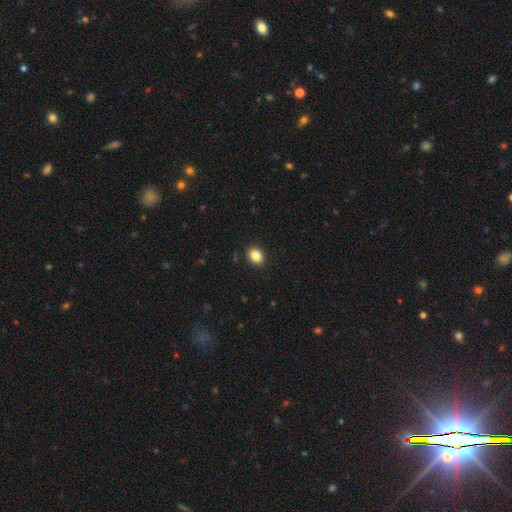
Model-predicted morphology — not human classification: A smooth galaxy with no disk features (85%) that is in between round and cigar-shaped (57%).

Vote fractions:
- Smooth or featured? smooth: 85% / star or artifact: 10% / featured or disk: 5%
- How rounded? in between: 57% / round: 42% / cigar-shaped: 1%
- Merging? none: 90% / minor disturbance: 7% / major disturbance: 2% / merger: 1%